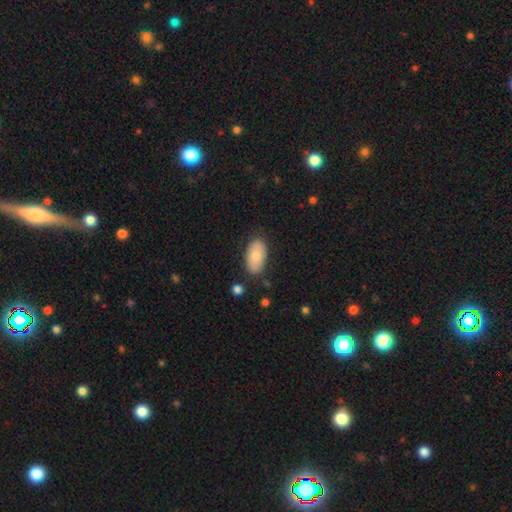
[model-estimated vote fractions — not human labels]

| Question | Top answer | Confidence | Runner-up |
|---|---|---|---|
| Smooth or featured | smooth | 76% | featured or disk (18%) |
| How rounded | in between | 94% | round (4%) |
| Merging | none | 81% | minor disturbance (14%) |